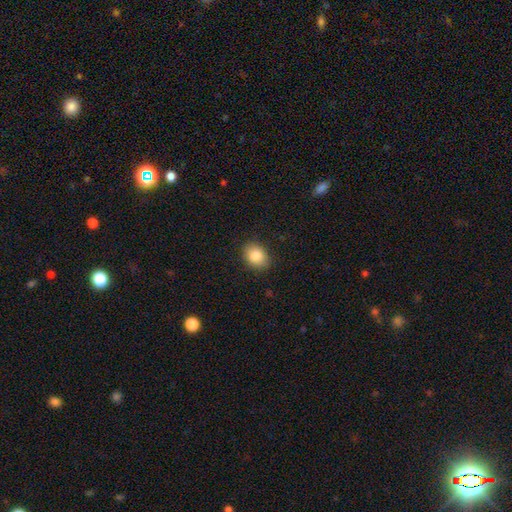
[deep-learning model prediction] smooth-or-featured: smooth: 85% | star or artifact: 8% | featured or disk: 7%
  how-rounded: in between: 61% | round: 38% | cigar-shaped: 1%
  merging: none: 88% | minor disturbance: 8% | major disturbance: 2% | merger: 1%